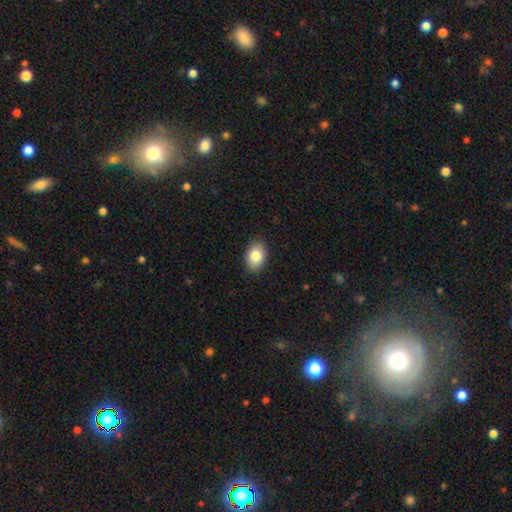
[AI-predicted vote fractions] This is clearly a smooth galaxy (83%). How rounded: clearly in between (85%). Merging: clearly none (89%).